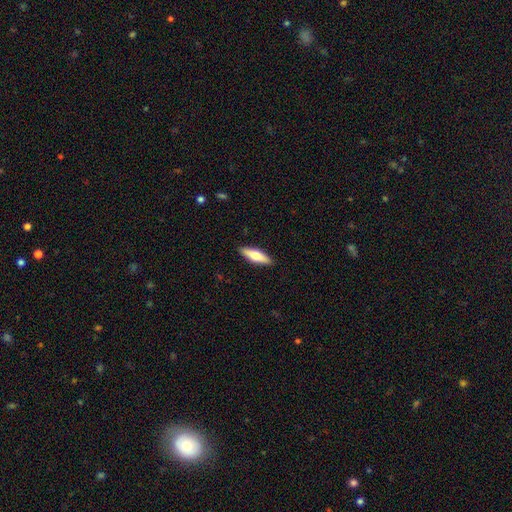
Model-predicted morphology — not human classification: A smooth galaxy with no disk features (61%) that is cigar-shaped (55%).

Vote fractions:
- Smooth or featured? smooth: 61% / featured or disk: 33% / star or artifact: 5%
- How rounded? cigar-shaped: 55% / in between: 43% / round: 2%
- Merging? none: 90% / minor disturbance: 7% / major disturbance: 2% / merger: 1%